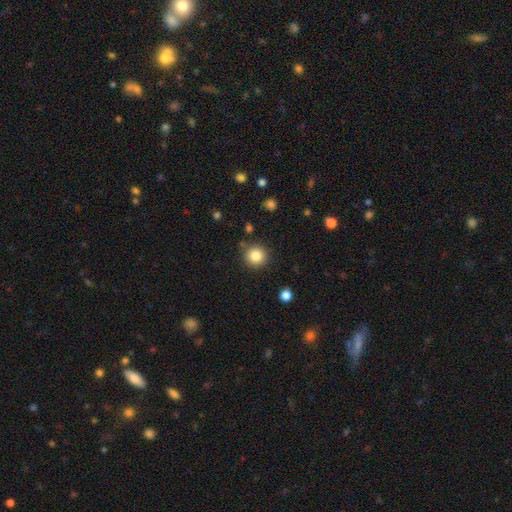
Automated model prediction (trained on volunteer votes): Smooth or featured?
  - smooth: 84% *
  - star or artifact: 11%
  - featured or disk: 6%
How rounded?
  - round: 94% *
  - in between: 5%
  - cigar-shaped: 1%
Merging?
  - none: 88% *
  - minor disturbance: 7%
  - merger: 2%
  - major disturbance: 2%